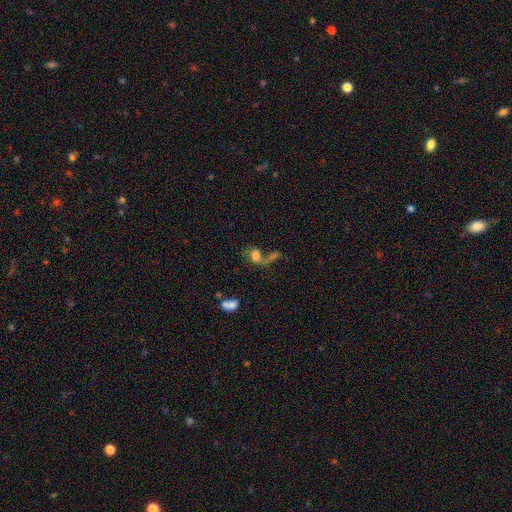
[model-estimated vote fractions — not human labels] Smooth or featured? Predicted: smooth (p=0.61). How rounded? Predicted: in between (p=0.65). Merging? Predicted: merger (p=0.47).